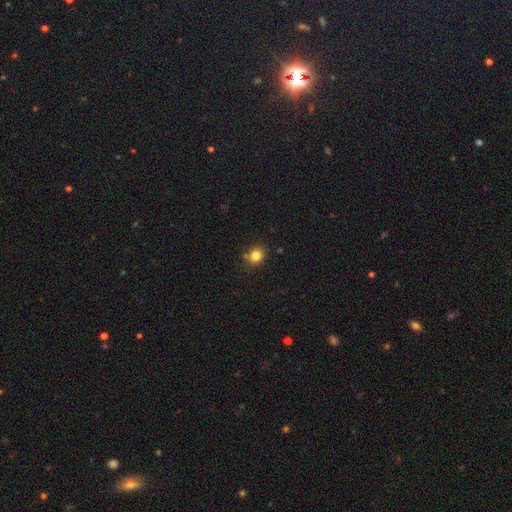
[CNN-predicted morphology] A smooth galaxy with no disk features (82%) that is round (77%).

Vote fractions:
- Smooth or featured? smooth: 82% / star or artifact: 12% / featured or disk: 6%
- How rounded? round: 77% / in between: 22% / cigar-shaped: 1%
- Merging? none: 79% / minor disturbance: 12% / merger: 6% / major disturbance: 3%